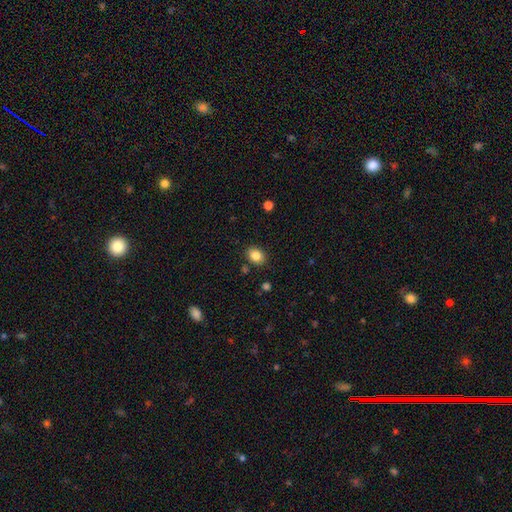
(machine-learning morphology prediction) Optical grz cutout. It shows a smooth galaxy with no disk features (85%) that is in between round and cigar-shaped (62%). Merging: none (86%).